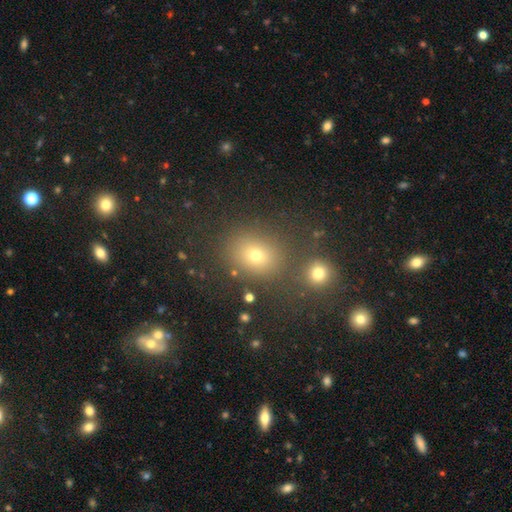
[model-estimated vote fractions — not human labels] Smooth or featured: smooth — 62% (star or artifact — 27%)
How rounded: round — 60% (in between — 39%)
Merging: none — 78% (minor disturbance — 9%)